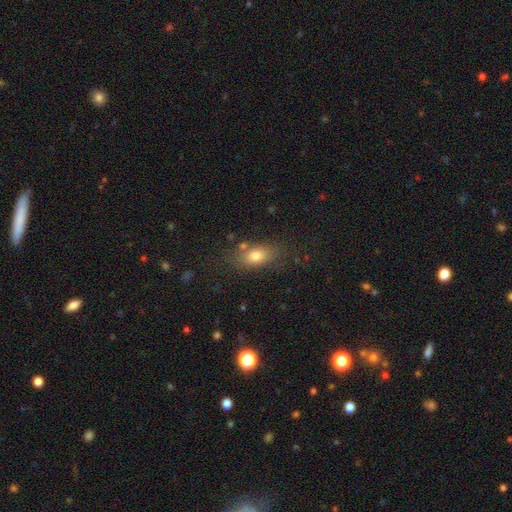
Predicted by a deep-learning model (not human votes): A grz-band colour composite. It shows a smooth galaxy with no disk features (77%) that is in between round and cigar-shaped (79%). Merging: none (73%).